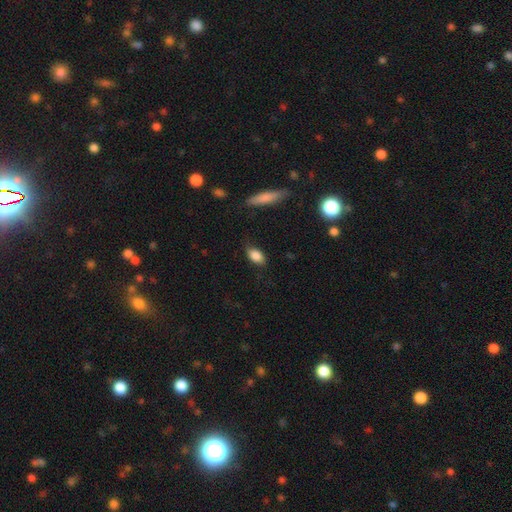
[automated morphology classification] smooth-or-featured: smooth: 85% | featured or disk: 8% | star or artifact: 7%
  how-rounded: in between: 87% | round: 9% | cigar-shaped: 4%
  merging: none: 70% | minor disturbance: 23% | major disturbance: 5% | merger: 2%